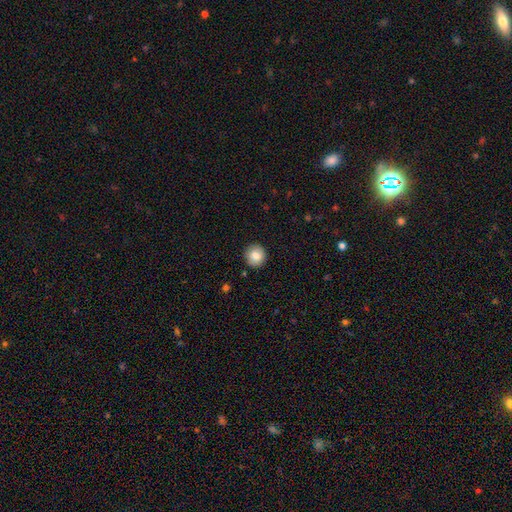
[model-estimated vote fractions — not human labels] Smooth or featured? Predicted: smooth (p=0.83). How rounded? Predicted: round (p=0.94). Merging? Predicted: none (p=0.91).